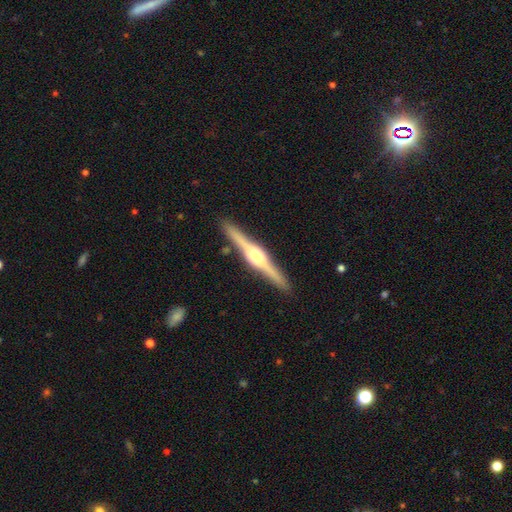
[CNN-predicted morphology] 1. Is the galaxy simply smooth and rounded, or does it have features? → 84% featured or disk, 11% smooth, 5% star or artifact.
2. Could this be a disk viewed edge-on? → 99% yes, 1% no.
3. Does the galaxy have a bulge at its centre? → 90% rounded, 8% boxy, 2% none.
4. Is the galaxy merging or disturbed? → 91% none, 6% minor disturbance, 1% merger, 1% major disturbance.